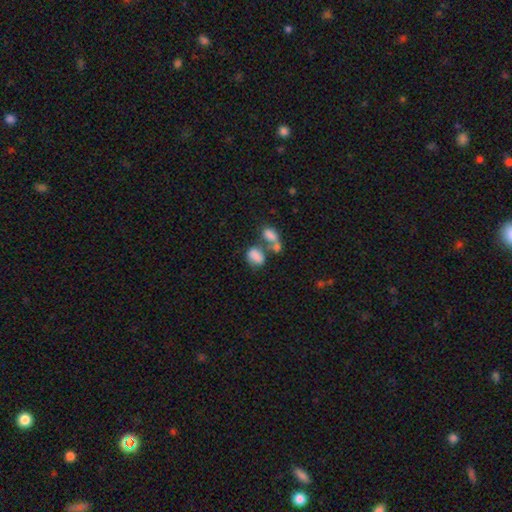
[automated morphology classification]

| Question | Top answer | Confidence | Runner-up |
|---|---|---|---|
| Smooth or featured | smooth | 76% | featured or disk (14%) |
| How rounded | in between | 84% | round (14%) |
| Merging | merger | 55% | none (25%) |